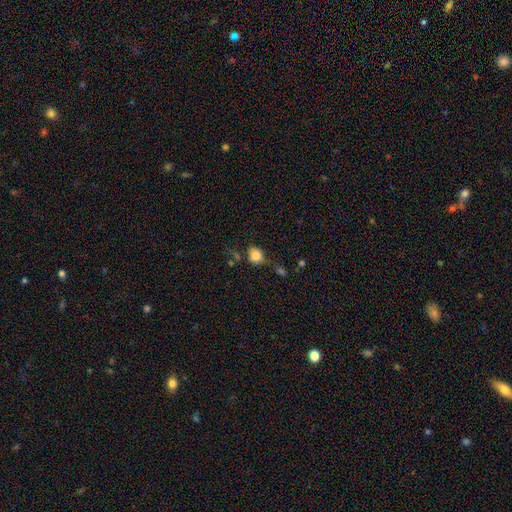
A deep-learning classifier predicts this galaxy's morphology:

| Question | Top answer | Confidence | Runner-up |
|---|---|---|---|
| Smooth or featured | smooth | 80% | star or artifact (11%) |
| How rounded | round | 70% | in between (28%) |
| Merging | none | 59% | minor disturbance (24%) |